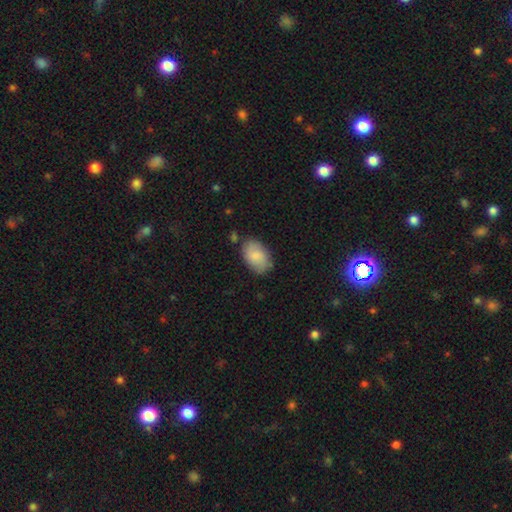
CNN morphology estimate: This appears to be a smooth galaxy with no disk features (79%) that is in between round and cigar-shaped (89%). Merging: none (76%).